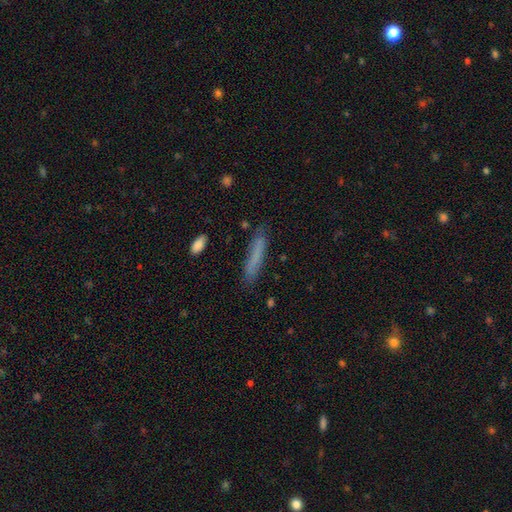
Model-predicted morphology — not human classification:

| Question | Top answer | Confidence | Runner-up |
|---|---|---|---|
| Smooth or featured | smooth | 73% | featured or disk (18%) |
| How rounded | cigar-shaped | 91% | in between (8%) |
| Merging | none | 82% | minor disturbance (13%) |